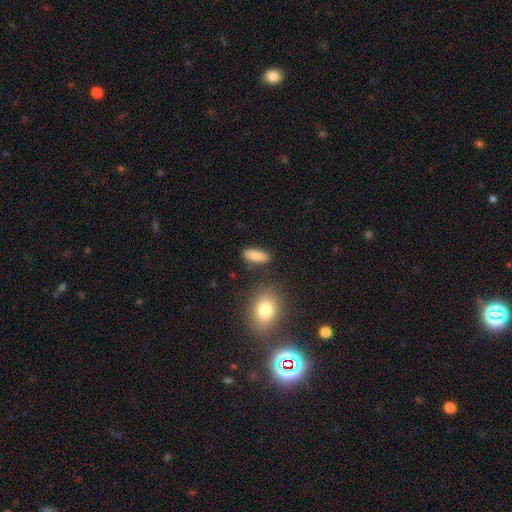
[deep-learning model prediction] smooth-or-featured: smooth: 82% | featured or disk: 11% | star or artifact: 8%
  how-rounded: in between: 67% | cigar-shaped: 29% | round: 4%
  merging: none: 83% | minor disturbance: 11% | merger: 4% | major disturbance: 3%